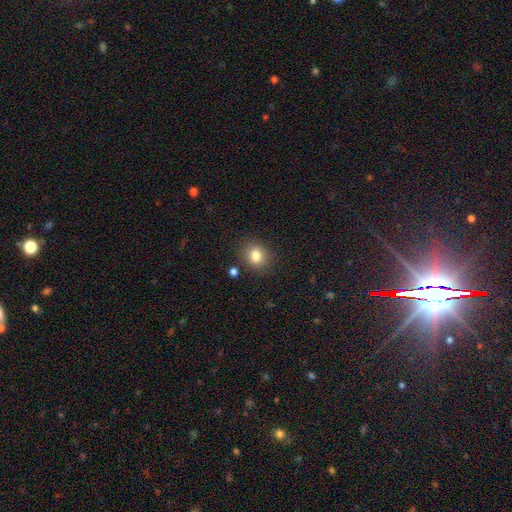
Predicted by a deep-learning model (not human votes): Smooth or featured?
  - smooth: 81% *
  - star or artifact: 12%
  - featured or disk: 8%
How rounded?
  - round: 67% *
  - in between: 32%
  - cigar-shaped: 1%
Merging?
  - none: 85% *
  - minor disturbance: 9%
  - merger: 3%
  - major disturbance: 3%